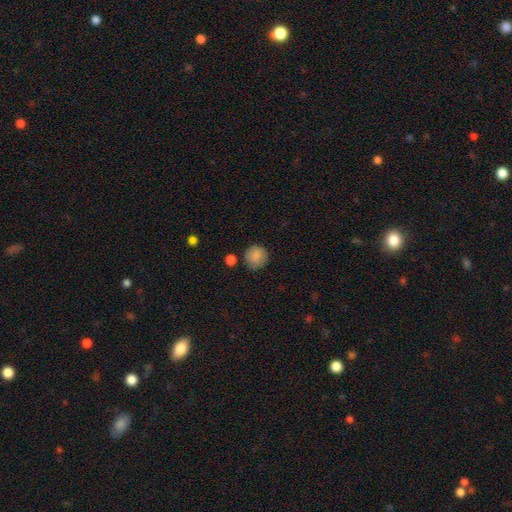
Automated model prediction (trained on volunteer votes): smooth 86%, star or artifact 8%, featured or disk 6%. Down the decision tree: how rounded — round (91%); merging — none (78%).